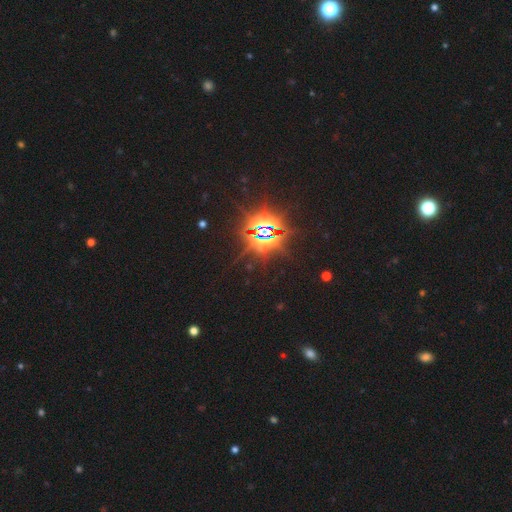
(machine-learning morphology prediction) Overall: star or artifact (86%).